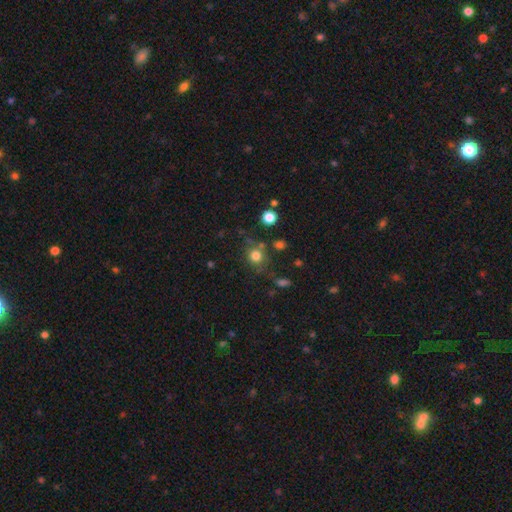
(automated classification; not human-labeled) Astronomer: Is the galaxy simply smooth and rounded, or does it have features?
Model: smooth — 78%.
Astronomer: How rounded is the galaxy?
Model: round — 81%.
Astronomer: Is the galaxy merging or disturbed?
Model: none — 68%.